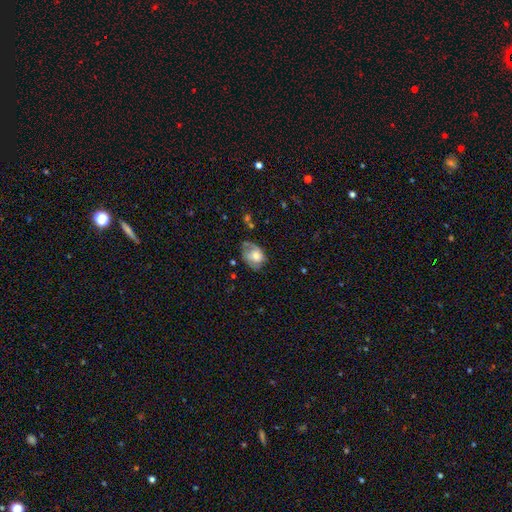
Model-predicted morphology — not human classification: A smooth galaxy with no disk features (49%). Merging: none (44%).